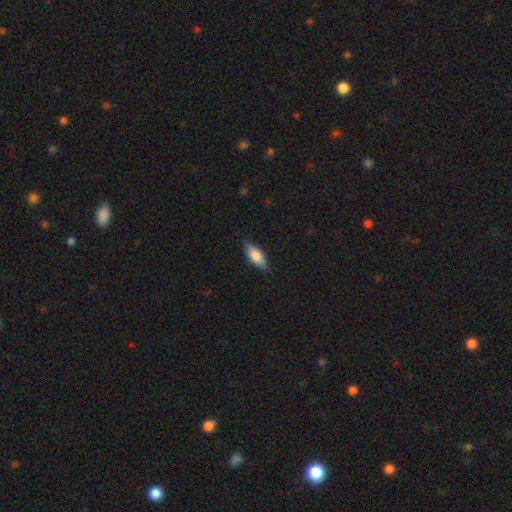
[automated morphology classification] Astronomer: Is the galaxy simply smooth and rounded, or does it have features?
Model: smooth — 76%.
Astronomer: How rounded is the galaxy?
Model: in between — 76%.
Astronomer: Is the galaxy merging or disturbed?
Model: none — 83%.